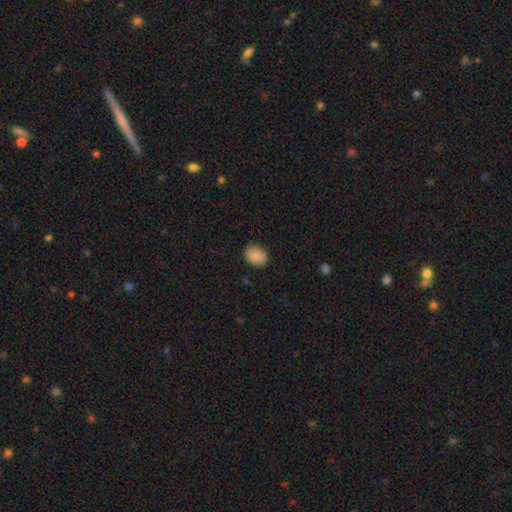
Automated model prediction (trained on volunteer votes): Smooth or featured? Predicted: smooth (p=0.84). How rounded? Predicted: in between (p=0.51). Merging? Predicted: none (p=0.83).